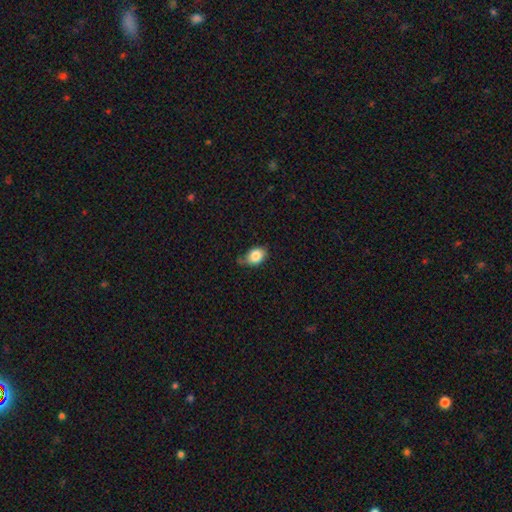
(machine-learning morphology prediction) Smooth or featured: smooth — 83% (featured or disk — 9%)
How rounded: in between — 72% (round — 27%)
Merging: none — 48% (minor disturbance — 39%)